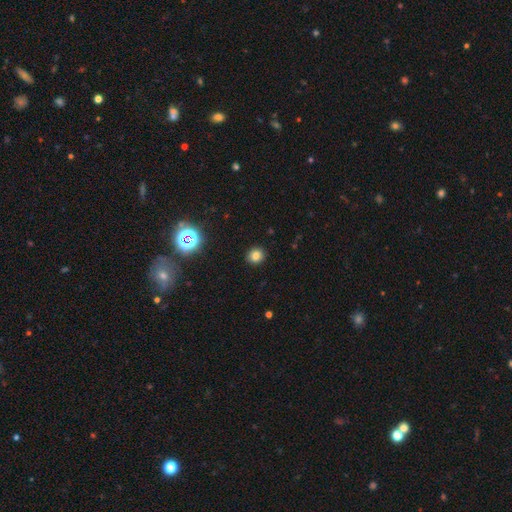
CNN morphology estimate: Smooth or featured? Predicted: smooth (p=0.78). How rounded? Predicted: round (p=0.83). Merging? Predicted: none (p=0.91).